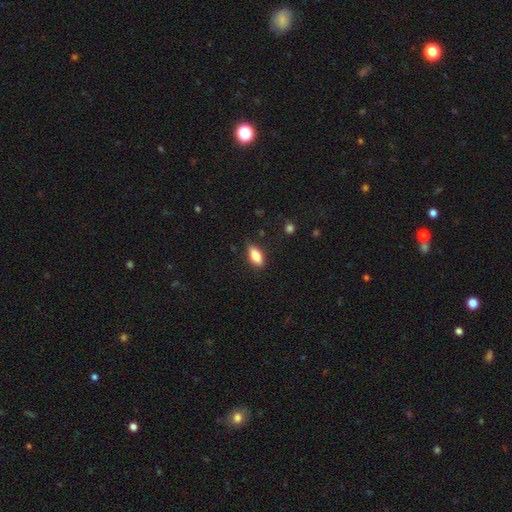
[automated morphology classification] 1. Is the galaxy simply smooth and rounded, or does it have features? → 80% smooth, 13% featured or disk, 7% star or artifact.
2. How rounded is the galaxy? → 83% in between, 14% cigar-shaped, 3% round.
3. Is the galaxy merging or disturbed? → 84% none, 12% minor disturbance, 3% major disturbance, 1% merger.